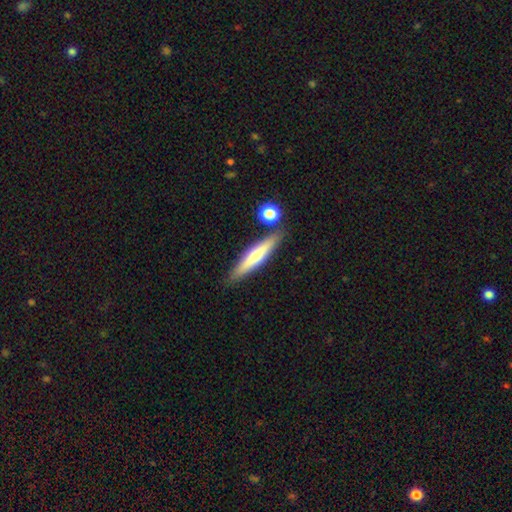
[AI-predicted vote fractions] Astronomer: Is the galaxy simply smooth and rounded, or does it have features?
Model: smooth — 51% (runner-up: featured or disk, 43%).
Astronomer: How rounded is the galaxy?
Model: cigar-shaped — 88%.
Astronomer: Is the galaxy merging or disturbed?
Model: none — 83%.